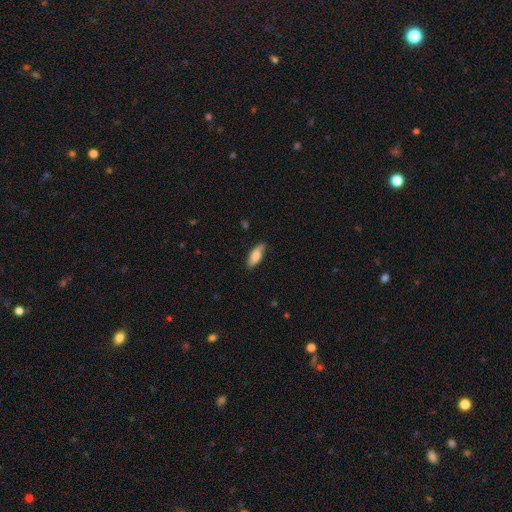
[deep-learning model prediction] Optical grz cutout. It shows a smooth galaxy with no disk features (79%) that is in between round and cigar-shaped (68%). Merging: none (77%).